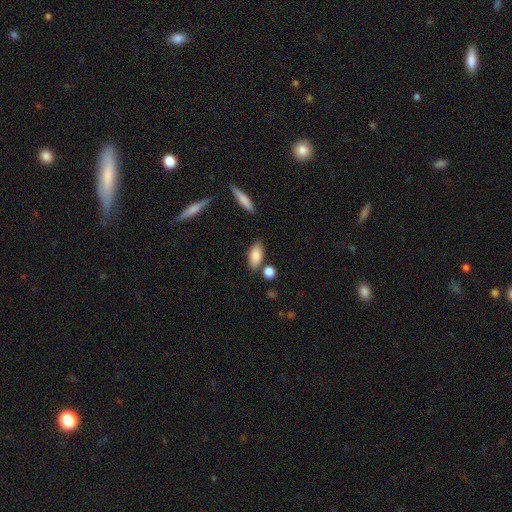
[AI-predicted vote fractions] The model was most divided on "merging": none: 73%, minor disturbance: 13%, merger: 10%, major disturbance: 4%. More confident: how rounded — in between (86%); smooth or featured — smooth (86%).